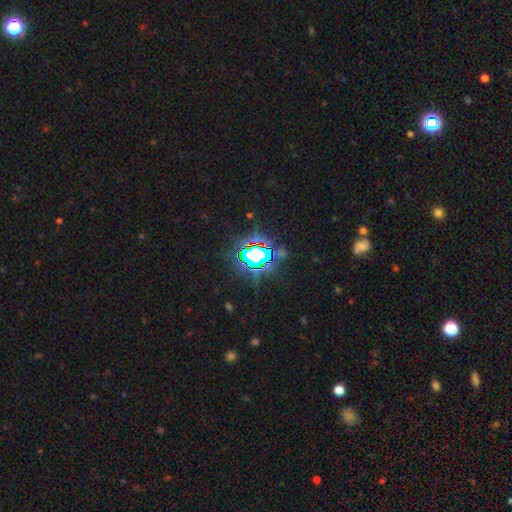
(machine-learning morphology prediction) Smooth or featured?
  - star or artifact: 76% *
  - smooth: 13%
  - featured or disk: 11%